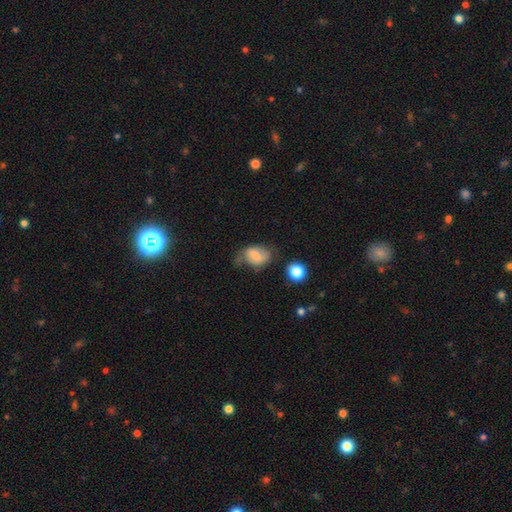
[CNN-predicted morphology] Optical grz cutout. It shows a smooth galaxy with no disk features (61%) that is in between round and cigar-shaped (70%). Merging: none (44%).